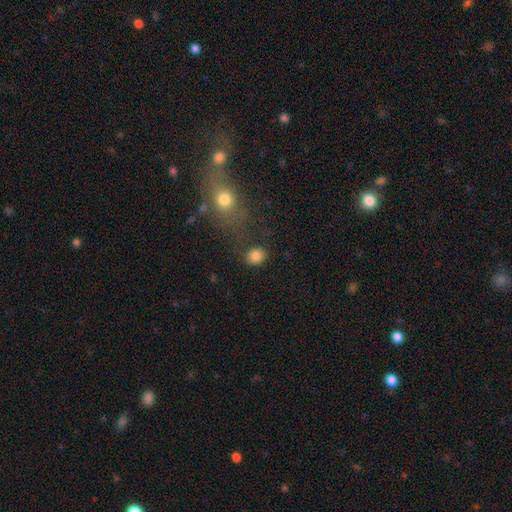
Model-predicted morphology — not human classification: This is clearly a smooth galaxy (83%). How rounded: possibly round (57%). Merging: likely none (78%).